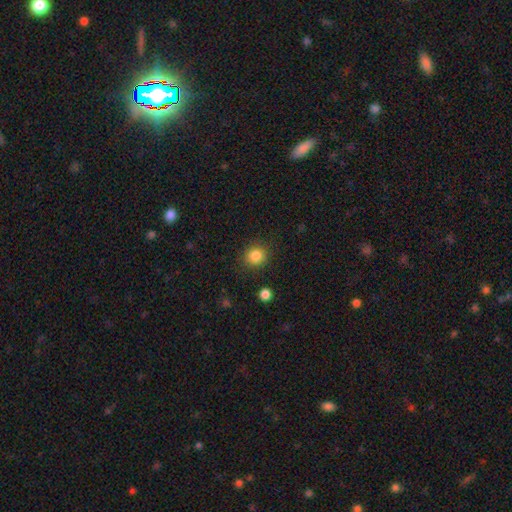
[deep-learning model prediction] Smooth or featured: smooth — 85% (star or artifact — 11%)
How rounded: round — 88% (in between — 11%)
Merging: none — 88% (minor disturbance — 7%)